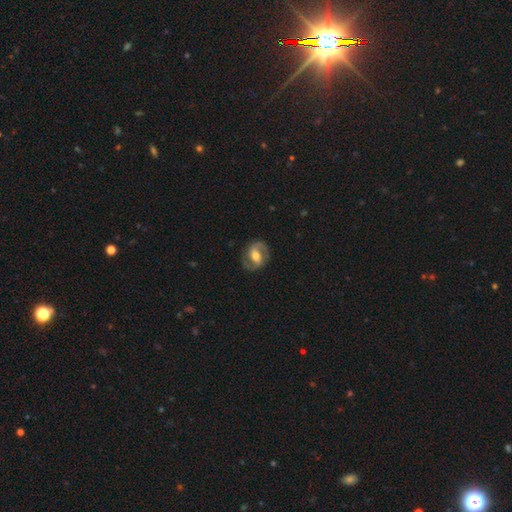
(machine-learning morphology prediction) type=featured or disk (78%); edge-on=no (97%); bar=weak (43%); spiral arms=yes (91%); winding=medium (53%); arm count=2 (91%); bulge=moderate (66%); merging=none (82%).